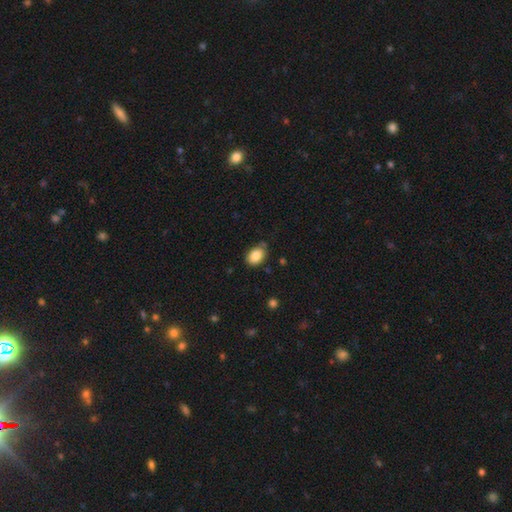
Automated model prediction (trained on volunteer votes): smooth-or-featured: smooth: 85% | star or artifact: 8% | featured or disk: 7%
  how-rounded: in between: 81% | round: 18% | cigar-shaped: 1%
  merging: none: 70% | minor disturbance: 23% | major disturbance: 4% | merger: 3%